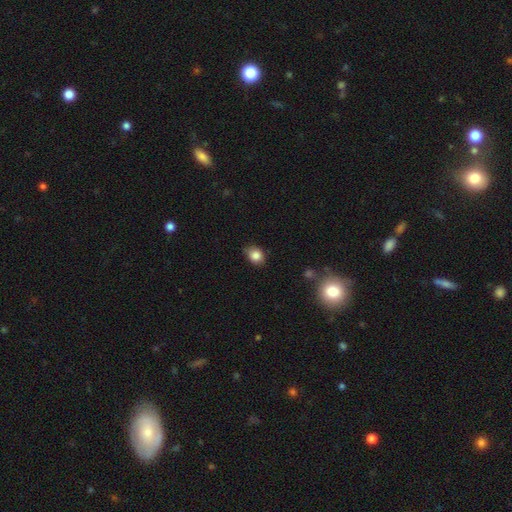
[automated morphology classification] smooth 83%, star or artifact 10%, featured or disk 7%. Down the decision tree: how rounded — in between (53%); merging — none (76%).